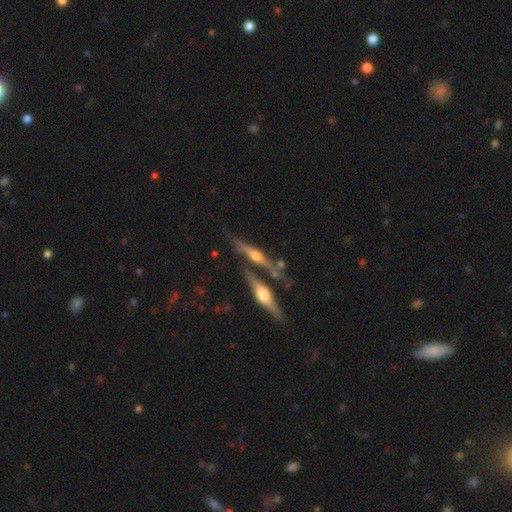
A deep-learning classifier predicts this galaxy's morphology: Q: Smooth or featured?
A: featured or disk (77%); runner-up: smooth (16%)
Q: Edge-on disk?
A: yes (95%); runner-up: no (5%)
Q: Edge-on bulge?
A: rounded (93%); runner-up: boxy (4%)
Q: Merging?
A: none (64%); runner-up: merger (19%)